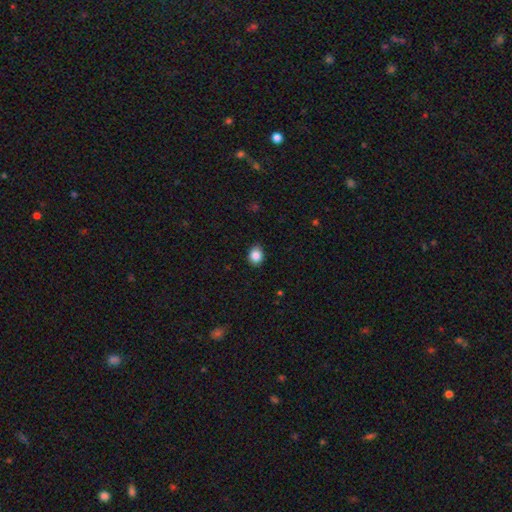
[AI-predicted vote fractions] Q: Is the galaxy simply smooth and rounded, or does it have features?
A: smooth — 86%.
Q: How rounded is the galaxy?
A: round — 53%.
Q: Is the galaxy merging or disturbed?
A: none — 88%.